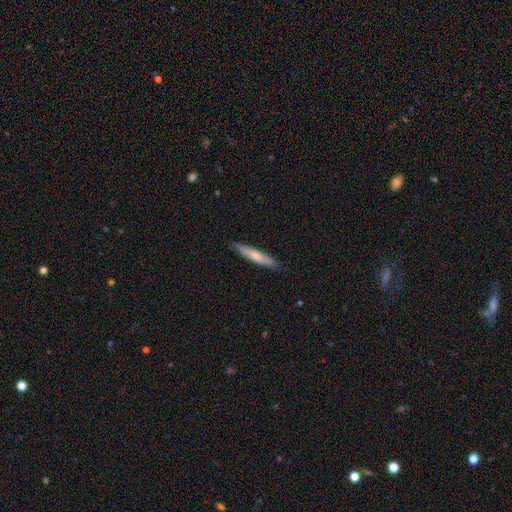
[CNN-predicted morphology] smooth-or-featured: smooth: 68% | featured or disk: 27% | star or artifact: 5%
  how-rounded: cigar-shaped: 92% | in between: 7% | round: 1%
  merging: none: 88% | minor disturbance: 9% | major disturbance: 2% | merger: 1%